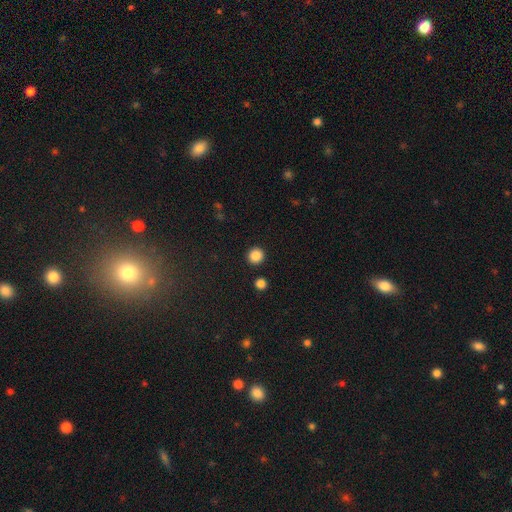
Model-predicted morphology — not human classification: Smooth or featured: smooth — 87% (star or artifact — 10%)
How rounded: round — 94% (in between — 5%)
Merging: none — 91% (minor disturbance — 5%)